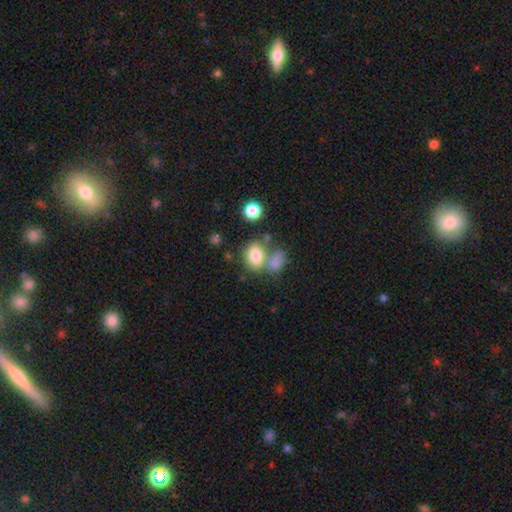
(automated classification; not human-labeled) Smooth or featured?
  - smooth: 79% *
  - featured or disk: 11%
  - star or artifact: 10%
How rounded?
  - in between: 65% *
  - round: 34%
  - cigar-shaped: 1%
Merging?
  - none: 45% *
  - merger: 37%
  - minor disturbance: 12%
  - major disturbance: 6%